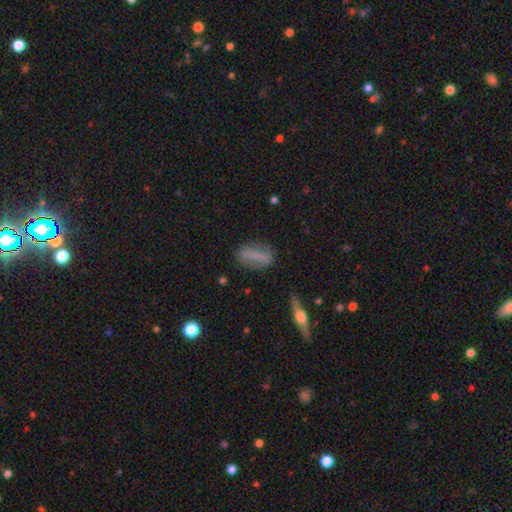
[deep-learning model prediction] Smooth or featured? Predicted: smooth (p=0.61). How rounded? Predicted: in between (p=0.55). Merging? Predicted: none (p=0.78).